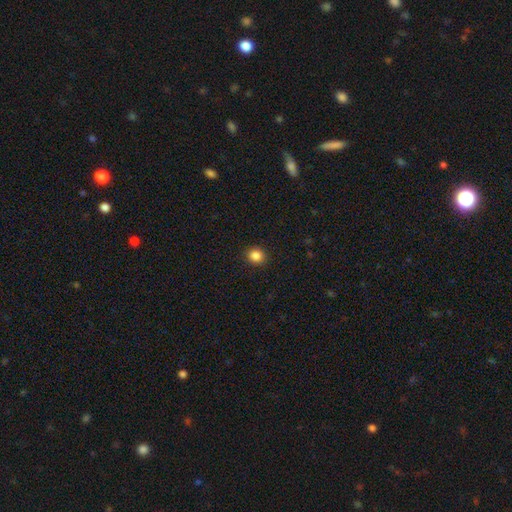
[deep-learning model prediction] Overall: smooth (85%). How rounded: round (84%). Merging: none (92%).